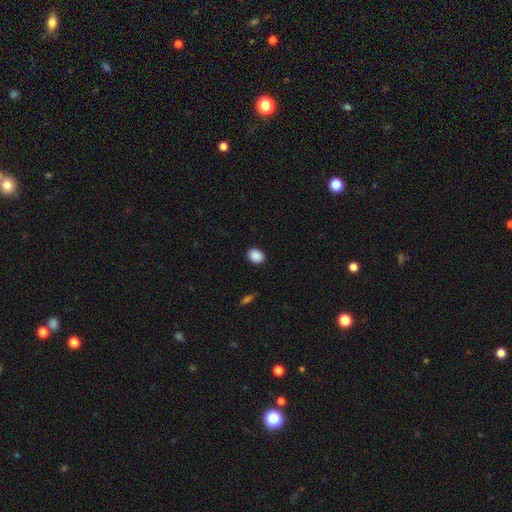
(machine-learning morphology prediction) A smooth galaxy with no disk features (89%) that is in between round and cigar-shaped (66%).

Vote fractions:
- Smooth or featured? smooth: 89% / star or artifact: 8% / featured or disk: 3%
- How rounded? in between: 66% / round: 33% / cigar-shaped: 1%
- Merging? none: 90% / minor disturbance: 7% / major disturbance: 2% / merger: 1%